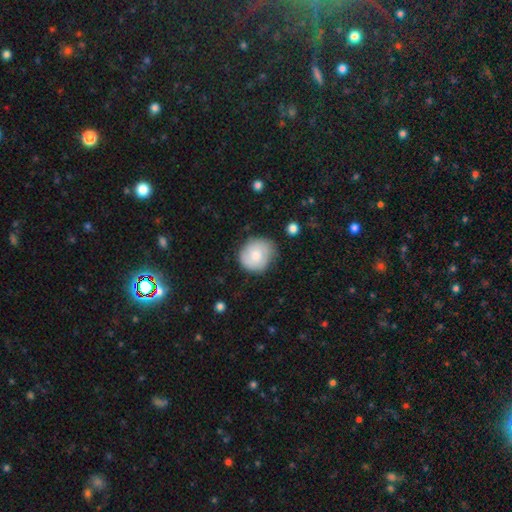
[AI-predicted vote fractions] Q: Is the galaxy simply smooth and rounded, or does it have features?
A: smooth — 64%.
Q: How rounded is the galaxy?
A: round — 81%.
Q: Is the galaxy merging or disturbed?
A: none — 72%.